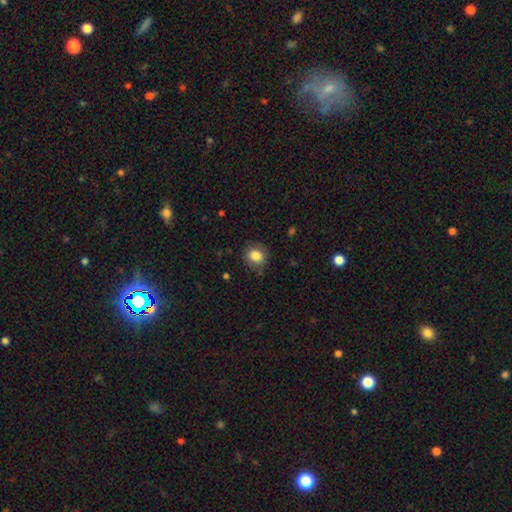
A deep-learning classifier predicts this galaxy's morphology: Overall: smooth (83%). How rounded: round (61%; in between 38%). Merging: none (81%).